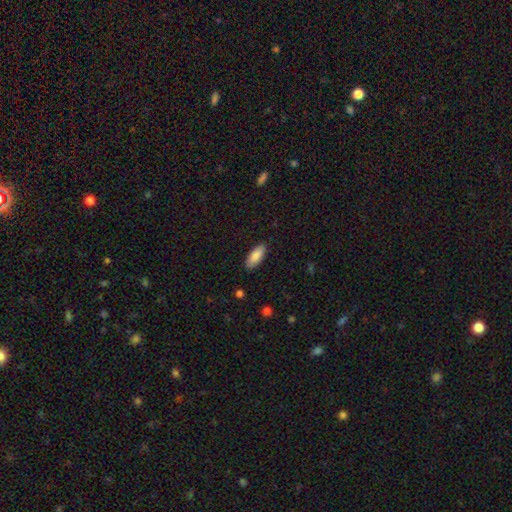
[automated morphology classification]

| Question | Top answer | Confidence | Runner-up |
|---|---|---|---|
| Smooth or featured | smooth | 87% | featured or disk (7%) |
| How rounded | in between | 80% | cigar-shaped (18%) |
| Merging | none | 87% | minor disturbance (10%) |